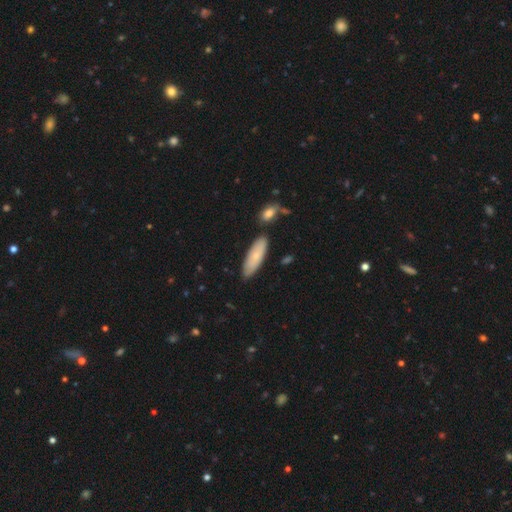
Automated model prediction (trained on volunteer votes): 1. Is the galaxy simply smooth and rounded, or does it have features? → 74% smooth, 20% featured or disk, 6% star or artifact.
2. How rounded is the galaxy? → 54% in between, 44% cigar-shaped, 2% round.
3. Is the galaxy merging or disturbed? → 80% none, 14% minor disturbance, 4% merger, 2% major disturbance.